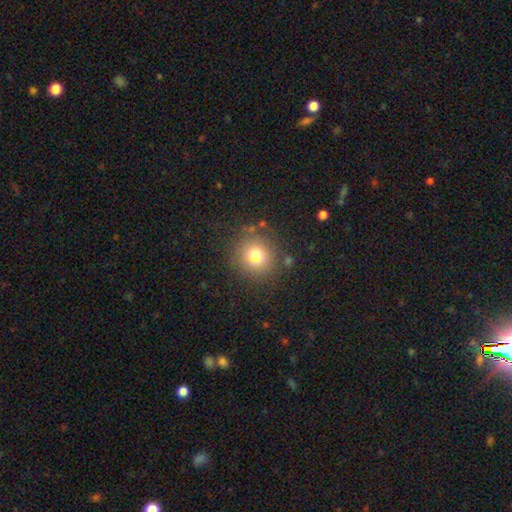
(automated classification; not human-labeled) A smooth galaxy with no disk features (76%) that is round (91%). Merging: none (82%).